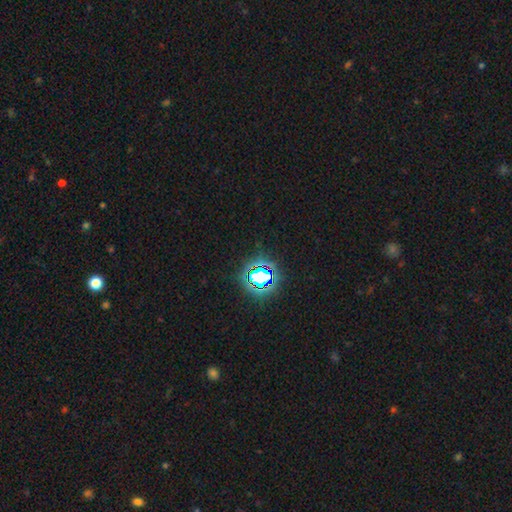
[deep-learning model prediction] Morphology: type=star or artifact (81%).